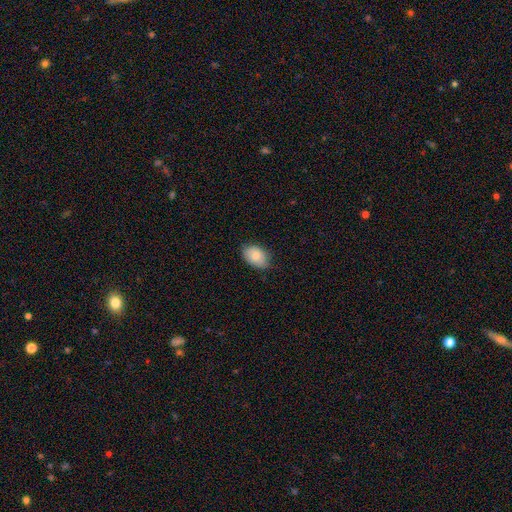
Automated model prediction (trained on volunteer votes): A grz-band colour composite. It shows a smooth galaxy with no disk features (80%) that is in between round and cigar-shaped (85%). Merging: none (80%).